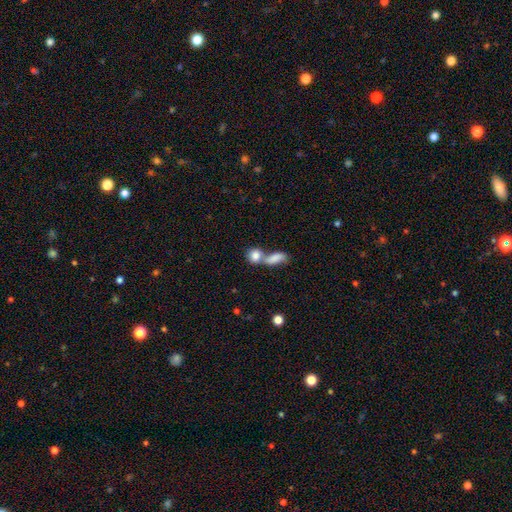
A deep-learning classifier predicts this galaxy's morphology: Overall: smooth (82%). How rounded: round (55%; in between 40%). Merging: merger (59%; none 30%).